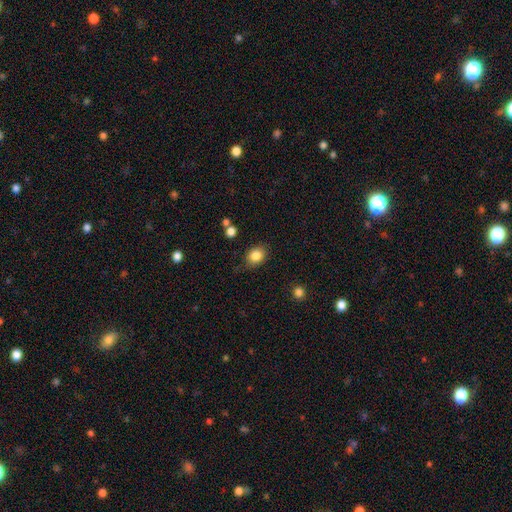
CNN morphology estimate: The model was most divided on "how rounded": in between: 50%, round: 49%, cigar-shaped: 1%. More confident: smooth or featured — smooth (85%); merging — none (80%).